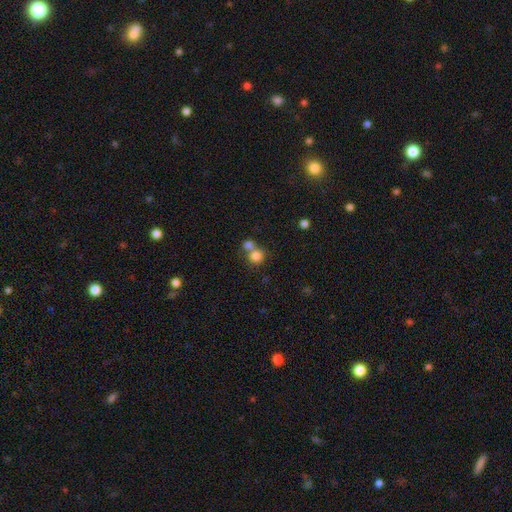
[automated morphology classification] This appears to be a smooth galaxy with no disk features (80%) that is round (85%). Merging: merger (46%).